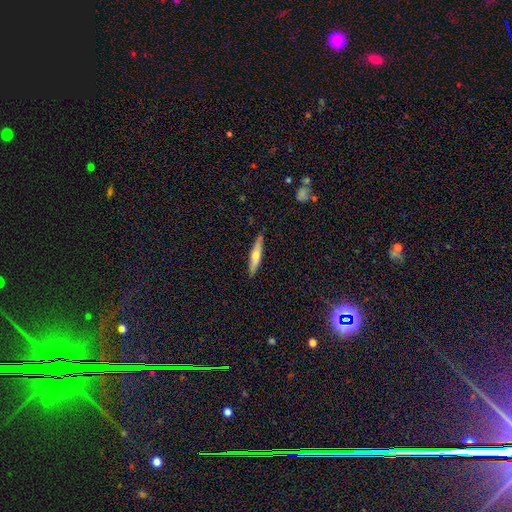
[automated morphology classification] A smooth galaxy with no disk features (50%) that is cigar-shaped (83%). Merging: none (87%).